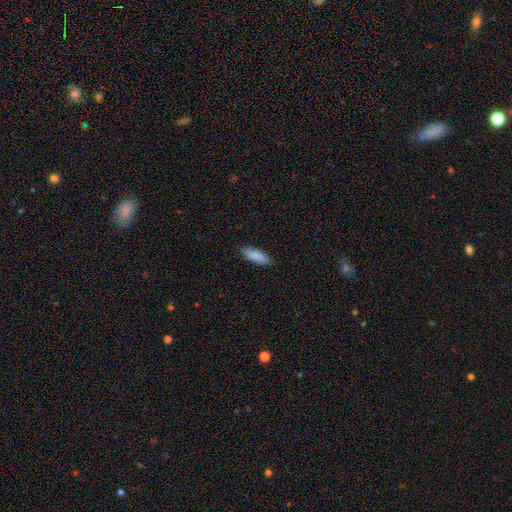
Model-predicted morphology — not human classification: Smooth or featured: smooth — 88% (featured or disk — 6%)
How rounded: in between — 67% (cigar-shaped — 31%)
Merging: none — 85% (minor disturbance — 12%)